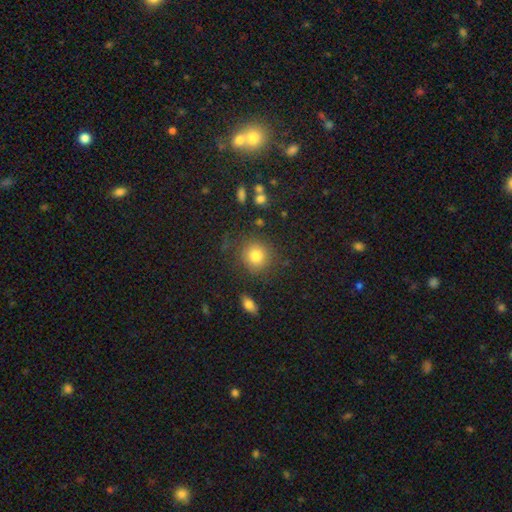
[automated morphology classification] Q: Smooth or featured?
A: smooth (81%); runner-up: star or artifact (11%)
Q: How rounded?
A: round (88%); runner-up: in between (11%)
Q: Merging?
A: none (83%); runner-up: minor disturbance (10%)